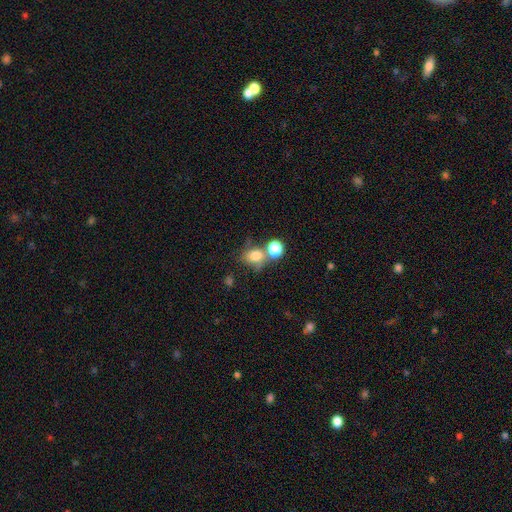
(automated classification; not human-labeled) Overall: smooth (74%). How rounded: round (55%; in between 43%). Merging: none (40%; merger 35%).